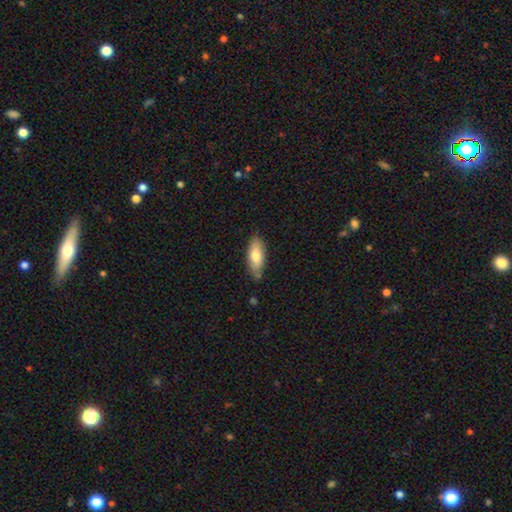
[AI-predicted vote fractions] A smooth galaxy with no disk features (74%) that is in between round and cigar-shaped (76%).

Vote fractions:
- Smooth or featured? smooth: 74% / featured or disk: 20% / star or artifact: 6%
- How rounded? in between: 76% / cigar-shaped: 22% / round: 2%
- Merging? none: 76% / minor disturbance: 18% / merger: 3% / major disturbance: 3%